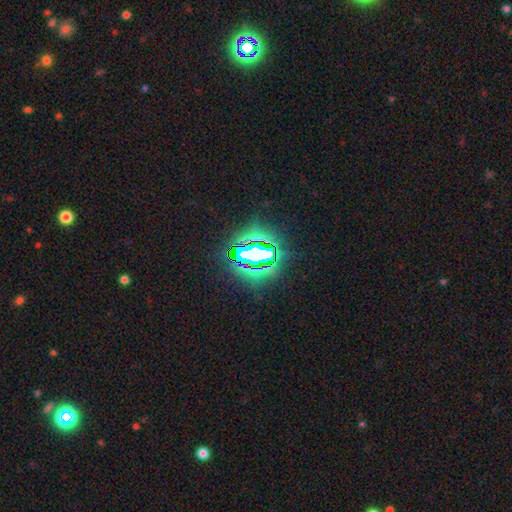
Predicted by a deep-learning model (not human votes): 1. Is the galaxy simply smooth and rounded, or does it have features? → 74% star or artifact, 15% smooth, 11% featured or disk.